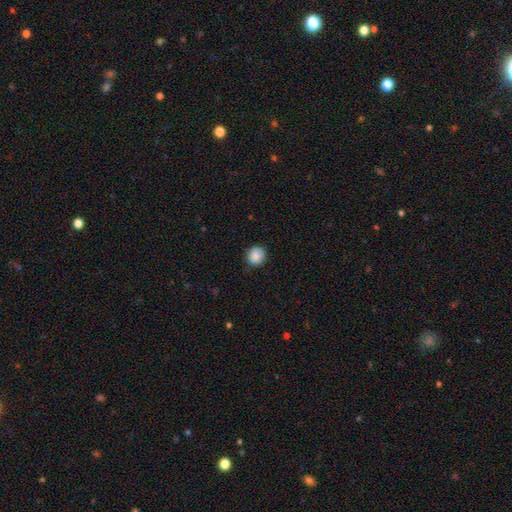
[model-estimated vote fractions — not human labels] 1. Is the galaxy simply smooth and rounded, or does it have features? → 87% smooth, 8% star or artifact, 4% featured or disk.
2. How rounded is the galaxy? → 84% round, 15% in between, 1% cigar-shaped.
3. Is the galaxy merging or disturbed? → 82% none, 14% minor disturbance, 2% major disturbance, 1% merger.